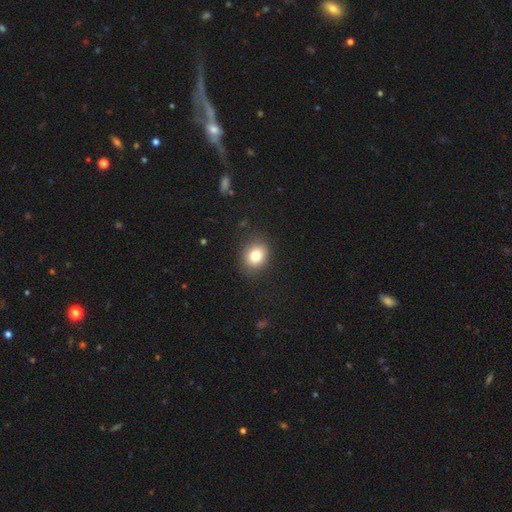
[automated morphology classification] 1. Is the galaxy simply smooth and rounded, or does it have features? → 81% smooth, 11% star or artifact, 9% featured or disk.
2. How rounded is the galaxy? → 66% round, 33% in between, 1% cigar-shaped.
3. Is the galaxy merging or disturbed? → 87% none, 9% minor disturbance, 3% major disturbance, 1% merger.